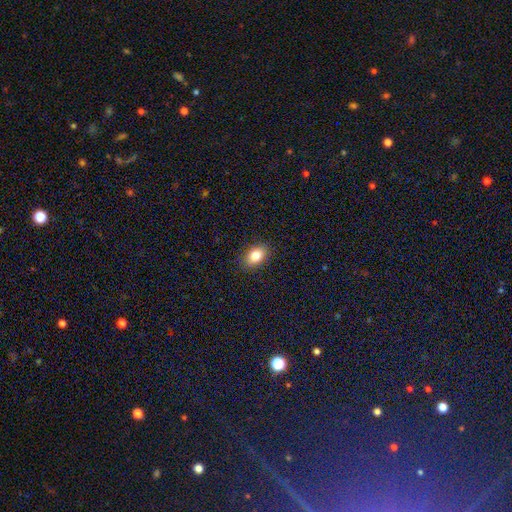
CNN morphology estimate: A smooth galaxy with no disk features (81%) that is in between round and cigar-shaped (82%). Merging: none (89%).